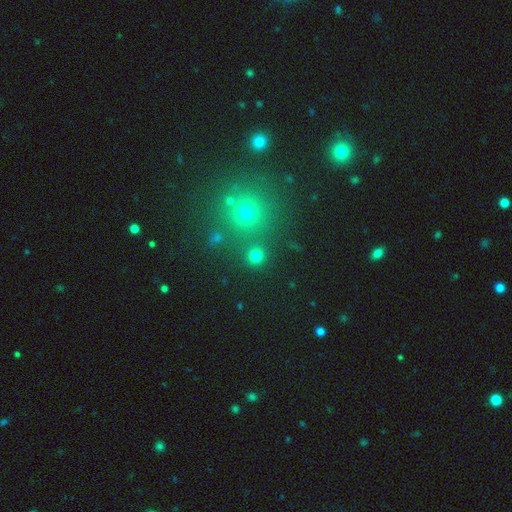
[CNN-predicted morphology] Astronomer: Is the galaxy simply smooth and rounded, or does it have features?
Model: smooth — 76%.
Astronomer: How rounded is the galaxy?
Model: round — 93%.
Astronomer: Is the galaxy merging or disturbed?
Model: none — 85%.